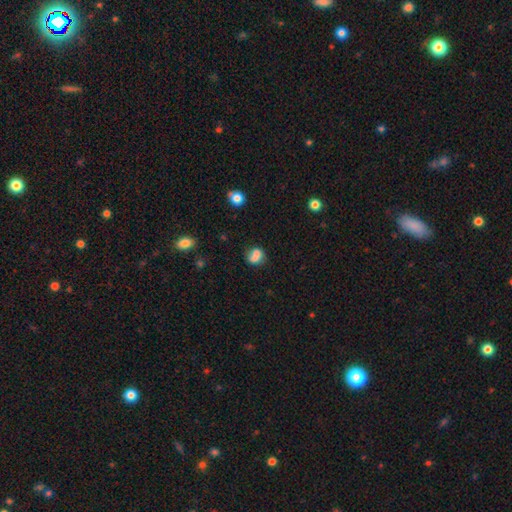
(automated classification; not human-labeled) Overall: smooth (74%). How rounded: round (55%; in between 43%). Merging: merger (42%; none 39%).